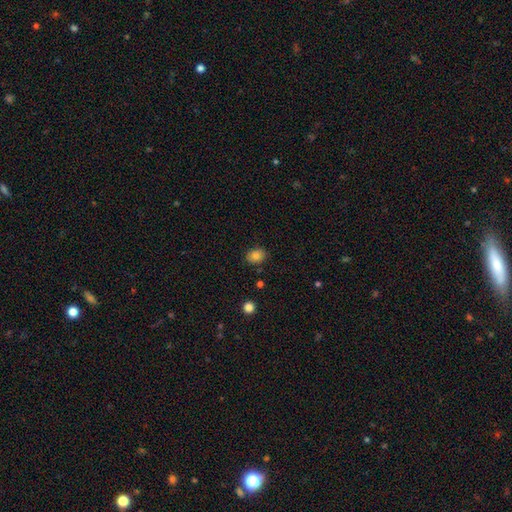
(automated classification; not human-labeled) Smooth or featured? Predicted: smooth (p=0.82). How rounded? Predicted: in between (p=0.53). Merging? Predicted: none (p=0.85).